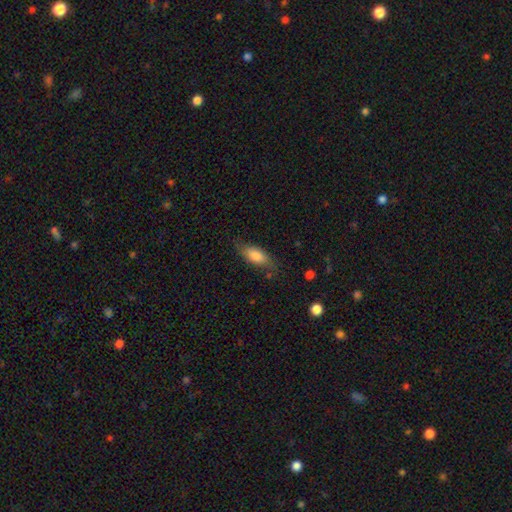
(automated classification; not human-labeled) This is likely a smooth galaxy (77%). How rounded: likely in between (80%). Merging: likely none (71%).